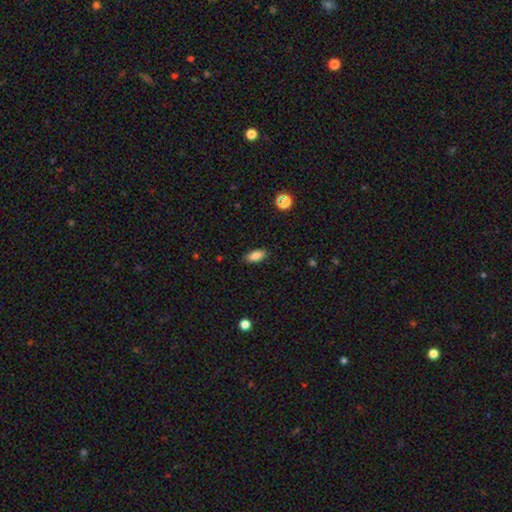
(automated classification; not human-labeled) A smooth galaxy with no disk features (84%) that is in between round and cigar-shaped (87%).

Vote fractions:
- Smooth or featured? smooth: 84% / star or artifact: 9% / featured or disk: 7%
- How rounded? in between: 87% / cigar-shaped: 10% / round: 4%
- Merging? none: 88% / minor disturbance: 9% / major disturbance: 2% / merger: 1%